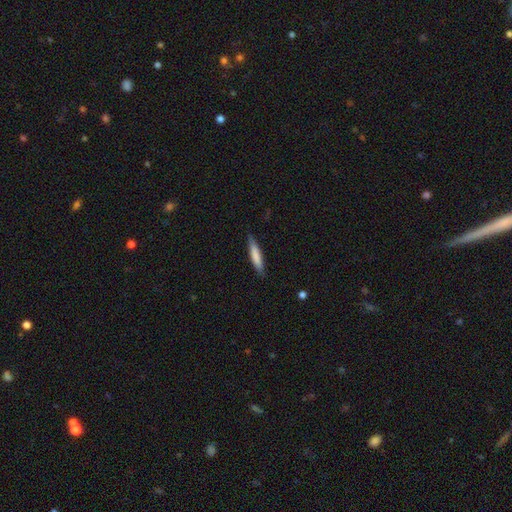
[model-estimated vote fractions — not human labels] A smooth galaxy with no disk features (77%) that is cigar-shaped (87%).

Vote fractions:
- Smooth or featured? smooth: 77% / featured or disk: 18% / star or artifact: 5%
- How rounded? cigar-shaped: 87% / in between: 12% / round: 1%
- Merging? none: 85% / minor disturbance: 12% / major disturbance: 2% / merger: 1%